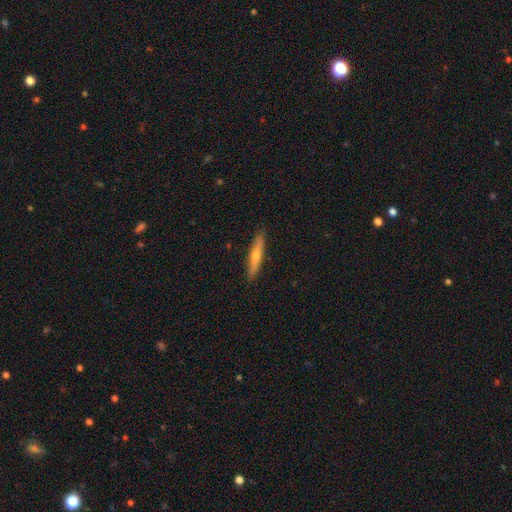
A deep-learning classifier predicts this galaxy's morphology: Overall: featured or disk (47%, tied with smooth). Merging: none (91%).